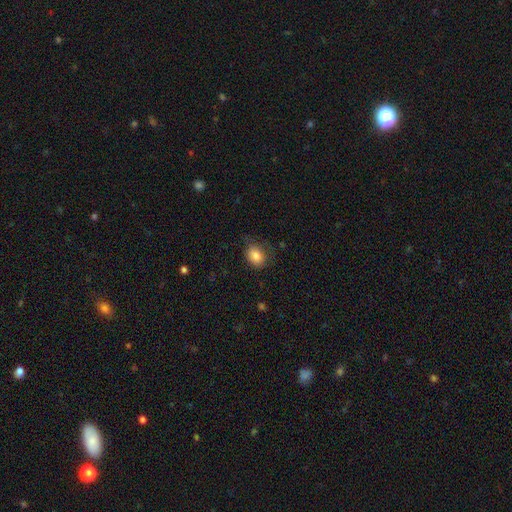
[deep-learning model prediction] The model was most divided on "how rounded": in between: 56%, round: 43%, cigar-shaped: 1%. More confident: smooth or featured — smooth (84%); merging — none (70%).